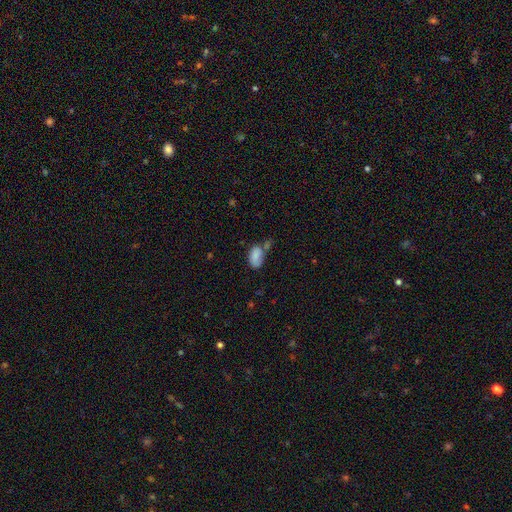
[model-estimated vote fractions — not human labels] Q: Smooth or featured?
A: smooth (82%); runner-up: featured or disk (9%)
Q: How rounded?
A: in between (92%); runner-up: round (6%)
Q: Merging?
A: none (38%); runner-up: merger (28%)